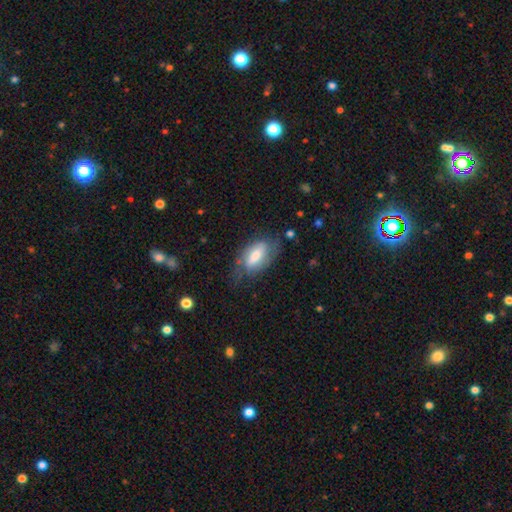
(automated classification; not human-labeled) A smooth galaxy with no disk features (55%) that is in between round and cigar-shaped (86%). Merging: none (56%).